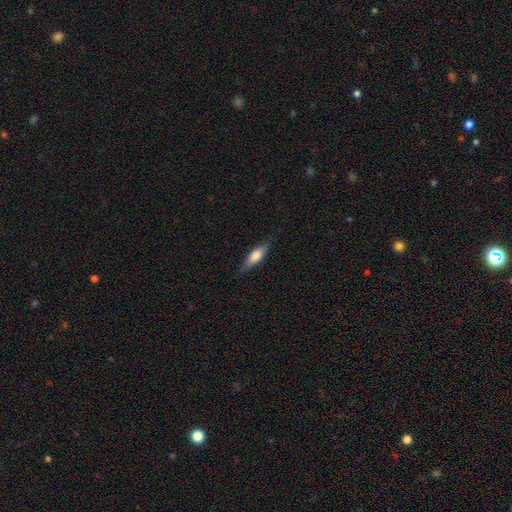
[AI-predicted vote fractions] smooth 64%, featured or disk 31%, star or artifact 6%. Down the decision tree: how rounded — cigar-shaped (55%); merging — none (82%).